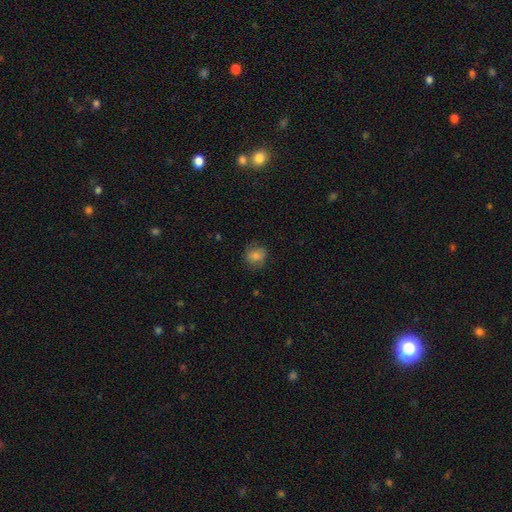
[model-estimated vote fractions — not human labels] Q: Smooth or featured?
A: smooth (74%); runner-up: featured or disk (15%)
Q: How rounded?
A: round (71%); runner-up: in between (28%)
Q: Merging?
A: none (77%); runner-up: minor disturbance (17%)